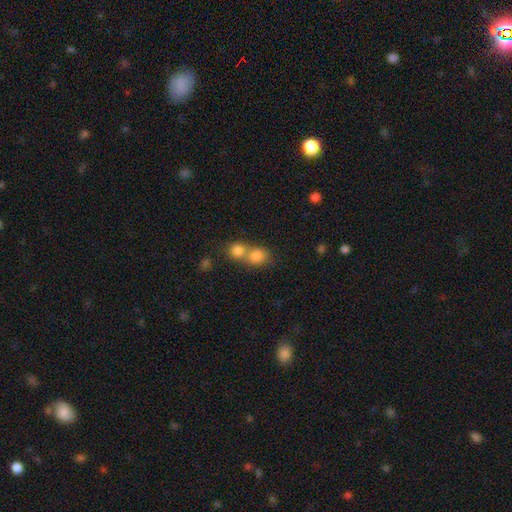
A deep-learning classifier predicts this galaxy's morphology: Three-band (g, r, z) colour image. It shows a smooth galaxy with no disk features (81%) that is round (71%). Merging: merger (59%).